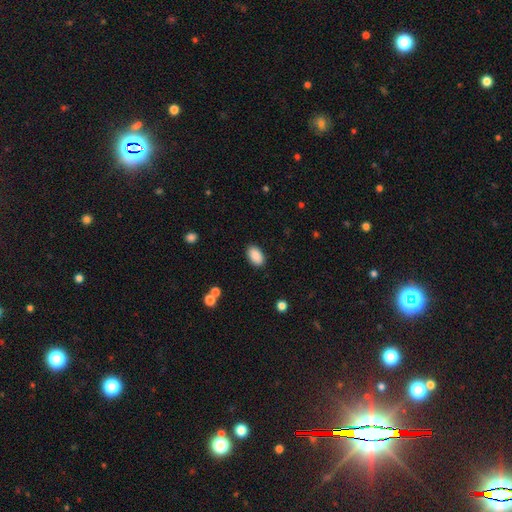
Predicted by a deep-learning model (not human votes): smooth_or_featured: smooth (p=0.90) [alt: star or artifact p=0.07]
how_rounded: in between (p=0.93) [alt: round p=0.06]
merging: none (p=0.89) [alt: minor disturbance p=0.08]